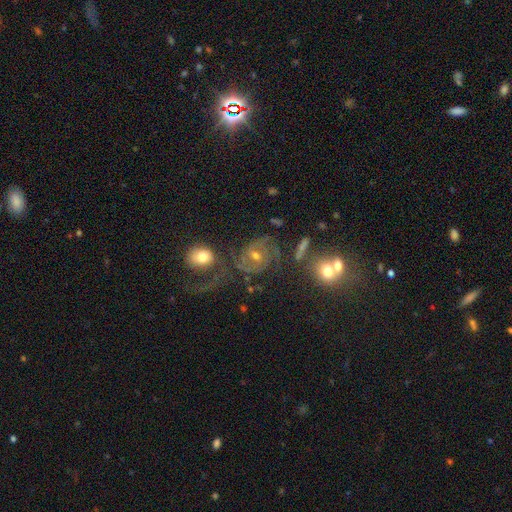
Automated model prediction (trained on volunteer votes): This is clearly a featured or disk galaxy (80%). It is clearly not viewed edge-on (97%). Bar: possibly no (47%). Spiral arm pattern: clearly yes (95%). Spiral arm count: likely 2 (61%). Spiral winding: marginally medium (44%). Central bulge: possibly moderate (54%). Merging: possibly none (53%).